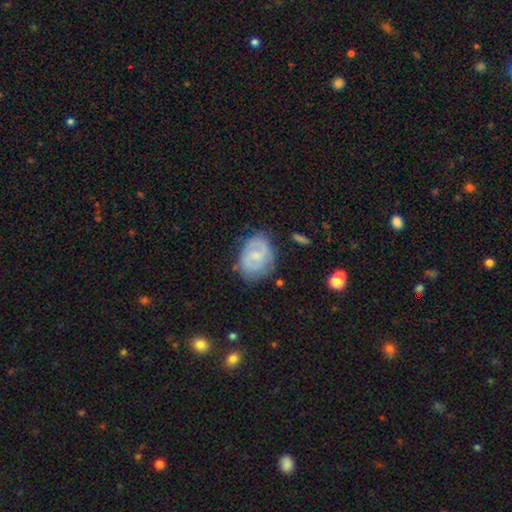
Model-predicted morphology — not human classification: smooth_or_featured: featured or disk (p=0.50) [alt: smooth p=0.43]
merging: none (p=0.66) [alt: minor disturbance p=0.24]